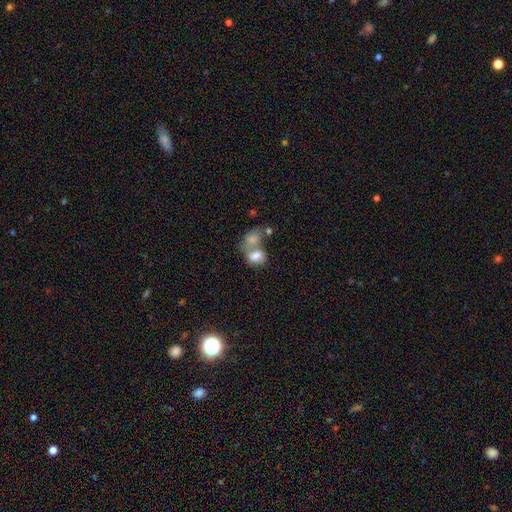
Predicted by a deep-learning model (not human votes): Smooth or featured?
  - smooth: 74% *
  - featured or disk: 17%
  - star or artifact: 9%
How rounded?
  - in between: 75% *
  - round: 23%
  - cigar-shaped: 2%
Merging?
  - merger: 68% *
  - none: 17%
  - minor disturbance: 8%
  - major disturbance: 7%